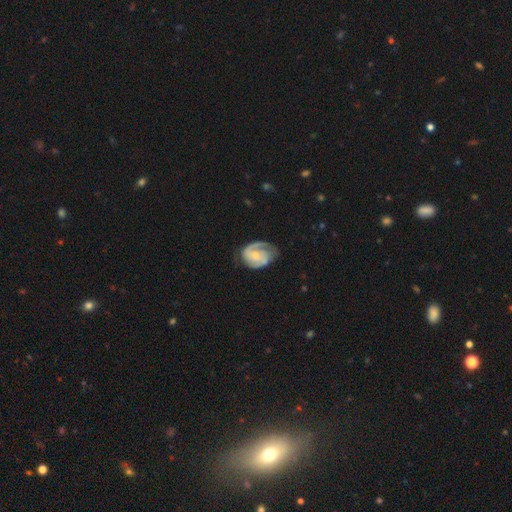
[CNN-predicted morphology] Q: Smooth or featured?
A: featured or disk (78%); runner-up: smooth (17%)
Q: Edge-on disk?
A: no (98%); runner-up: yes (2%)
Q: Bar?
A: no (62%); runner-up: weak (32%)
Q: Spiral arms?
A: yes (93%); runner-up: no (7%)
Q: Spiral winding?
A: tight (44%); runner-up: medium (41%)
Q: Spiral arm count?
A: 2 (60%); runner-up: 1 (20%)
Q: Bulge size?
A: small (56%); runner-up: moderate (37%)
Q: Merging?
A: none (54%); runner-up: minor disturbance (27%)